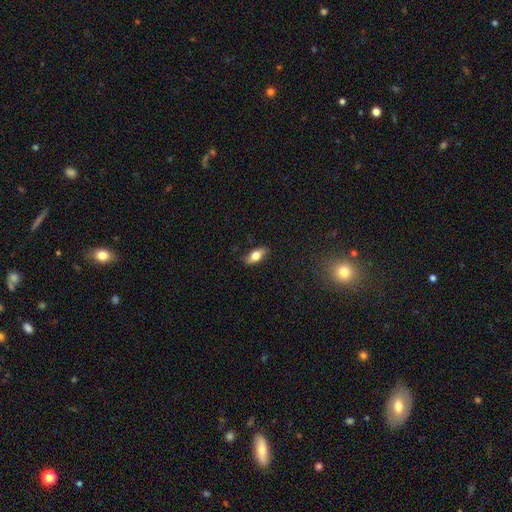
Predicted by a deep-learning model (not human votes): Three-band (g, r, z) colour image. It shows a smooth galaxy with no disk features (71%) that is in between round and cigar-shaped (83%). Merging: none (83%).